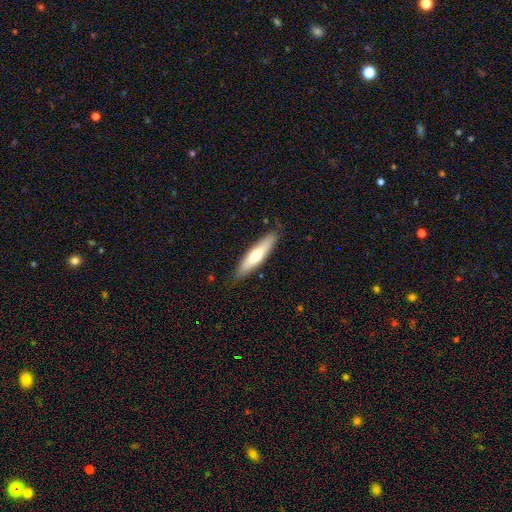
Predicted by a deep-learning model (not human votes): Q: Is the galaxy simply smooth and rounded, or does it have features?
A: smooth — 57%.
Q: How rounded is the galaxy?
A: cigar-shaped — 75%.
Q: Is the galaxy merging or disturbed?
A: none — 85%.